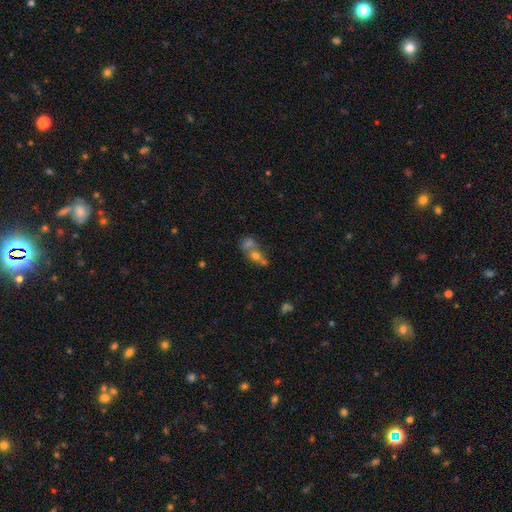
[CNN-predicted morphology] Q: Smooth or featured?
A: smooth (57%); runner-up: featured or disk (27%)
Q: How rounded?
A: in between (47%); tied with: round (47%)
Q: Merging?
A: merger (64%); runner-up: none (22%)